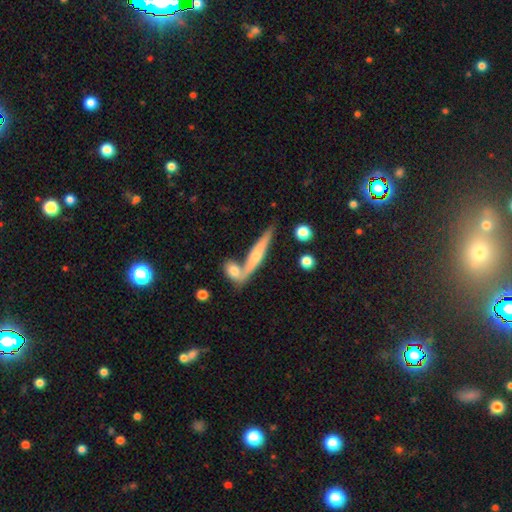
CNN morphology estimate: A featured or disk galaxy (59%) viewed edge-on (93%) with a rounded central bulge (80%). Merging: none (59%).